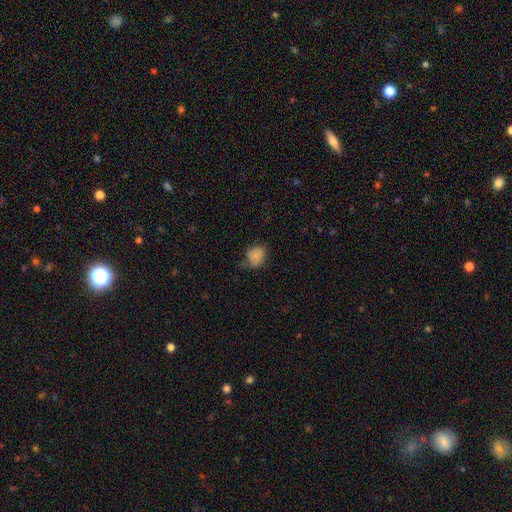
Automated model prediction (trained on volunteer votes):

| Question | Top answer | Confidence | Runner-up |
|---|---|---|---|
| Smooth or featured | smooth | 81% | star or artifact (10%) |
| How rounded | round | 60% | in between (39%) |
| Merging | none | 53% | minor disturbance (33%) |